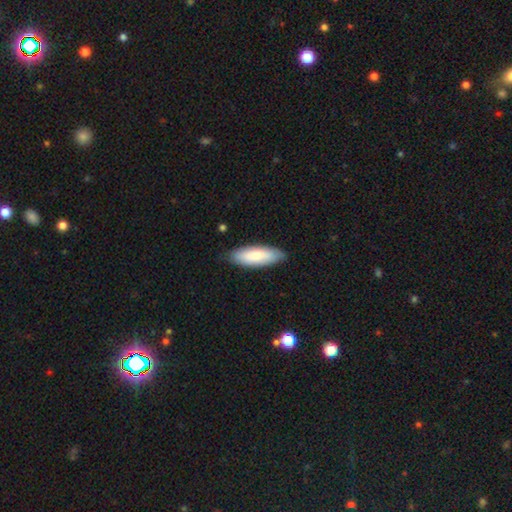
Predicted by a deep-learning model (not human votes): This is likely a smooth galaxy (79%). How rounded: likely in between (64%). Merging: clearly none (84%).